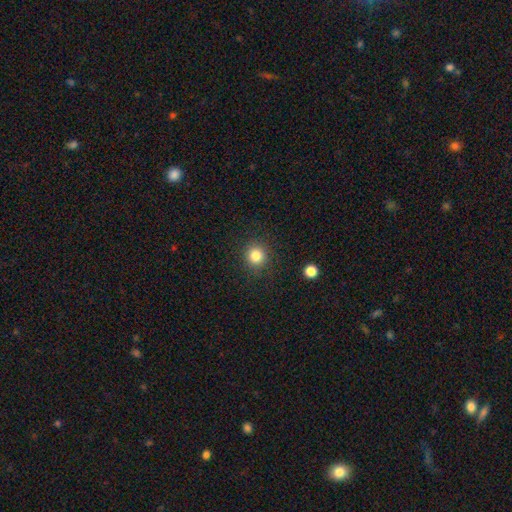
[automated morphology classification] Smooth or featured: smooth — 83% (star or artifact — 12%)
How rounded: round — 93% (in between — 6%)
Merging: none — 90% (minor disturbance — 6%)